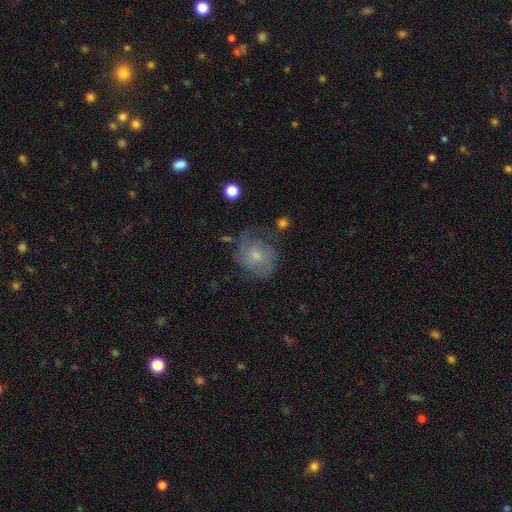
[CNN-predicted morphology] Smooth or featured?
  - smooth: 54% *
  - featured or disk: 37%
  - star or artifact: 9%
How rounded?
  - round: 72% *
  - in between: 27%
  - cigar-shaped: 1%
Merging?
  - none: 54% *
  - minor disturbance: 28%
  - major disturbance: 15%
  - merger: 3%